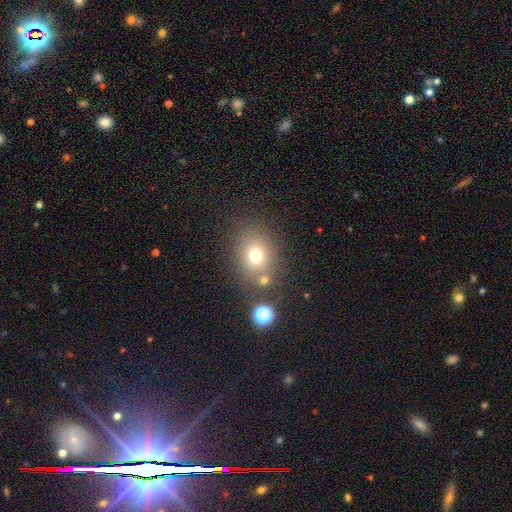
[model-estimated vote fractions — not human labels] smooth 72%, star or artifact 16%, featured or disk 12%. Down the decision tree: how rounded — round (56%); merging — none (70%).